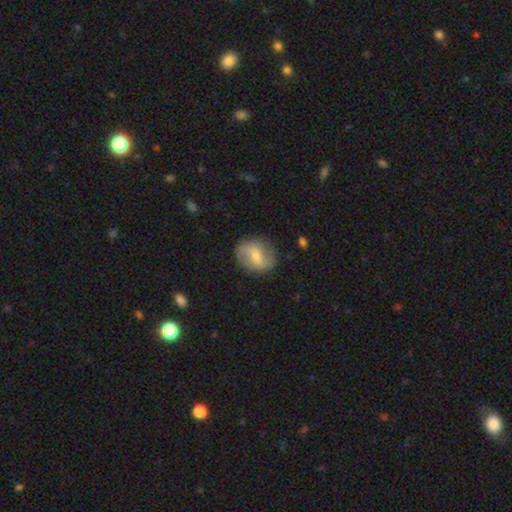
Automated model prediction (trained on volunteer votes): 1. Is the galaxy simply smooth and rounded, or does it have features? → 64% featured or disk, 29% smooth, 7% star or artifact.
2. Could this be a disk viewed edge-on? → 96% no, 4% yes.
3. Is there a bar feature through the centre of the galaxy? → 44% weak, 31% strong, 25% no.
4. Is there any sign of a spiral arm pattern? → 84% yes, 16% no.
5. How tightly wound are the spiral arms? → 47% loose, 36% medium, 17% tight.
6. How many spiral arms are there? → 88% 2, 6% can't tell, 2% 1, 1% 3, 1% 4, 1% more than 4.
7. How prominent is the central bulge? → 50% small, 43% moderate, 4% none, 2% large, 1% dominant.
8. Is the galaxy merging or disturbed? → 83% none, 12% minor disturbance, 4% major disturbance, 1% merger.